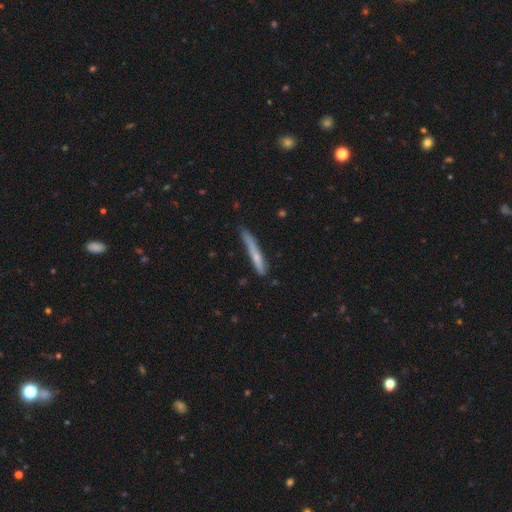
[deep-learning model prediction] smooth_or_featured: smooth (p=0.57) [alt: featured or disk p=0.36]
how_rounded: cigar-shaped (p=0.95) [alt: in between p=0.03]
merging: none (p=0.65) [alt: minor disturbance p=0.27]